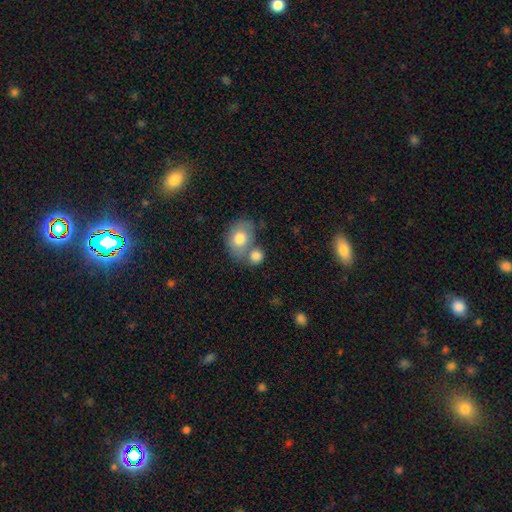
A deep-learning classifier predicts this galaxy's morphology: This appears to be a smooth galaxy with no disk features (80%) that is round (63%). Merging: merger (45%).